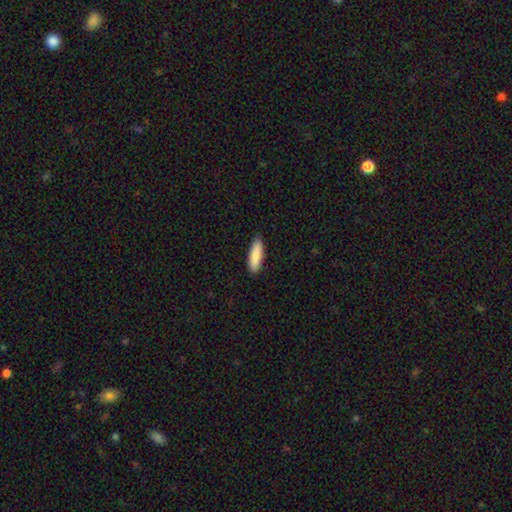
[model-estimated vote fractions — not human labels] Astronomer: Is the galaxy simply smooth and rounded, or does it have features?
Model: smooth — 87%.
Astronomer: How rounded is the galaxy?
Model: cigar-shaped — 57% (runner-up: in between, 42%).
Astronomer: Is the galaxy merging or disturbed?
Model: none — 90%.